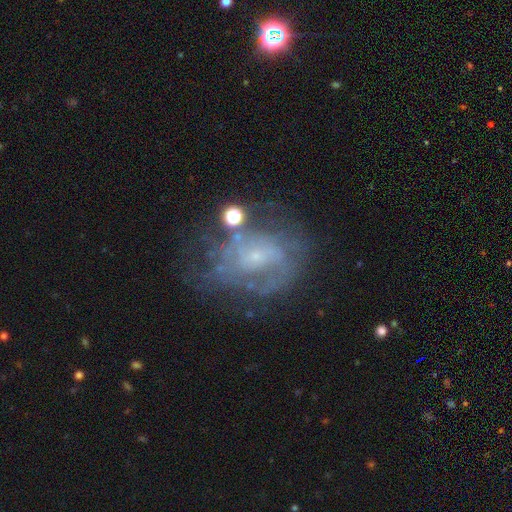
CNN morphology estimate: smooth_or_featured: featured or disk (p=0.72) [alt: smooth p=0.17]
disk_edge_on: no (p=0.97) [alt: yes p=0.03]
bar: no (p=0.61) [alt: weak p=0.32]
has_spiral_arms: yes (p=0.74) [alt: no p=0.26]
spiral_winding: tight (p=0.42) [alt: medium p=0.38]
spiral_arm_count: can't tell (p=0.47) [alt: 2 p=0.27]
bulge_size: small (p=0.75) [alt: moderate p=0.12]
merging: none (p=0.51) [alt: minor disturbance p=0.22]